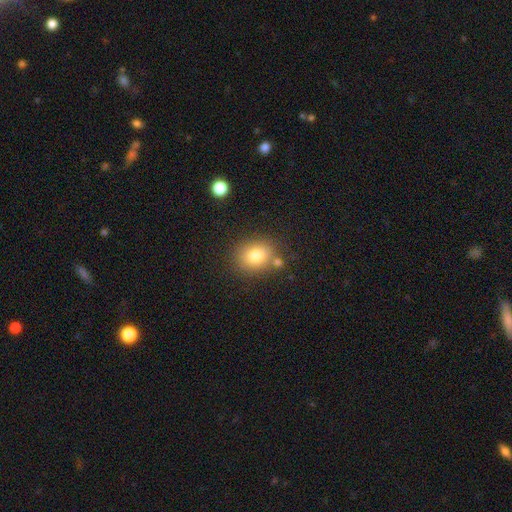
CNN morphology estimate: A smooth galaxy with no disk features (80%) that is round (60%). Merging: none (74%).